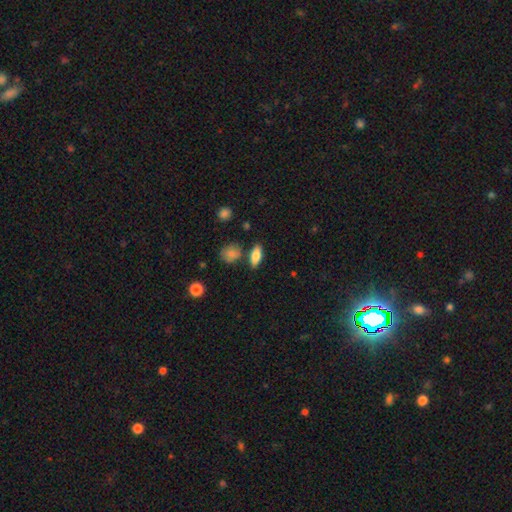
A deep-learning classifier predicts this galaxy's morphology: A smooth galaxy with no disk features (78%) that is in between round and cigar-shaped (77%).

Vote fractions:
- Smooth or featured? smooth: 78% / featured or disk: 15% / star or artifact: 8%
- How rounded? in between: 77% / cigar-shaped: 19% / round: 4%
- Merging? none: 79% / minor disturbance: 11% / merger: 7% / major disturbance: 3%